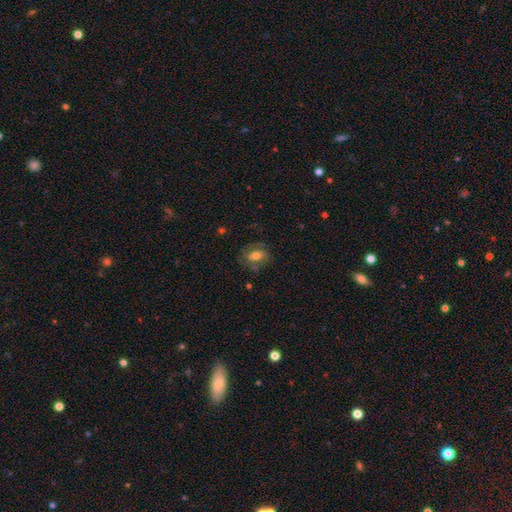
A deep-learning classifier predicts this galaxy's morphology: Smooth or featured? smooth (56%)
How rounded? in between (70%)
Merging? none (63%)